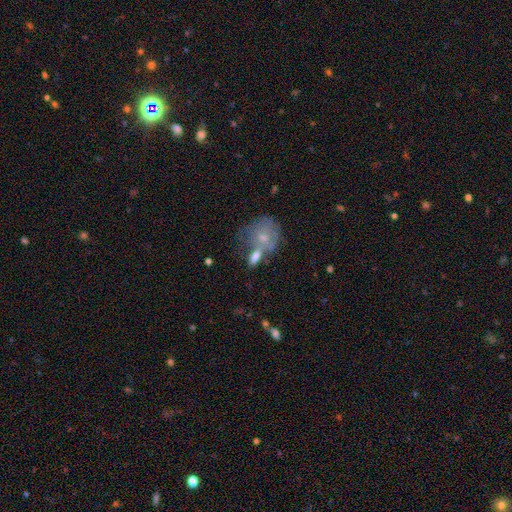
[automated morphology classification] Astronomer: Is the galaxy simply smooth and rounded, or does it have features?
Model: smooth — 68%.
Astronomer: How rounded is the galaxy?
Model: in between — 70%.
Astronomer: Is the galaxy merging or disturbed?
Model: merger — 42% (runner-up: none, 35%).